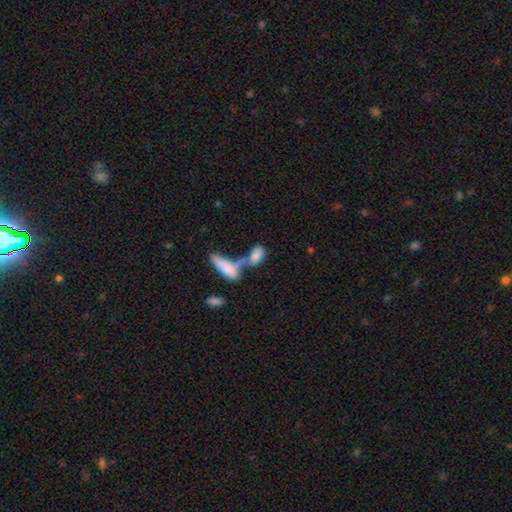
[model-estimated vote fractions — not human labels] smooth-or-featured: smooth: 76% | featured or disk: 16% | star or artifact: 8%
  how-rounded: in between: 75% | cigar-shaped: 21% | round: 4%
  merging: merger: 56% | none: 26% | minor disturbance: 10% | major disturbance: 7%